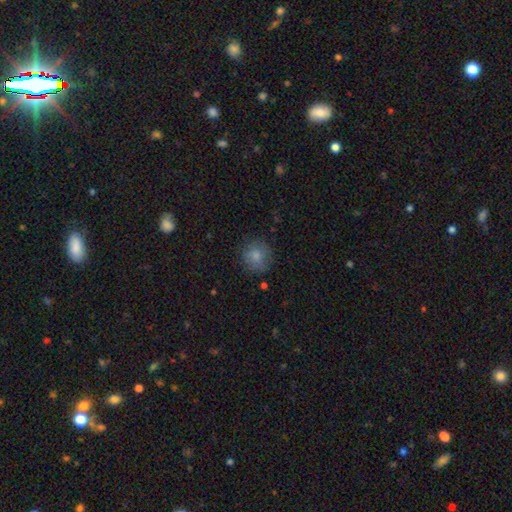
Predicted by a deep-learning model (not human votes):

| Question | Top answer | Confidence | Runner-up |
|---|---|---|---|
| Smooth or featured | smooth | 81% | featured or disk (11%) |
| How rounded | round | 89% | in between (10%) |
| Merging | none | 77% | minor disturbance (16%) |